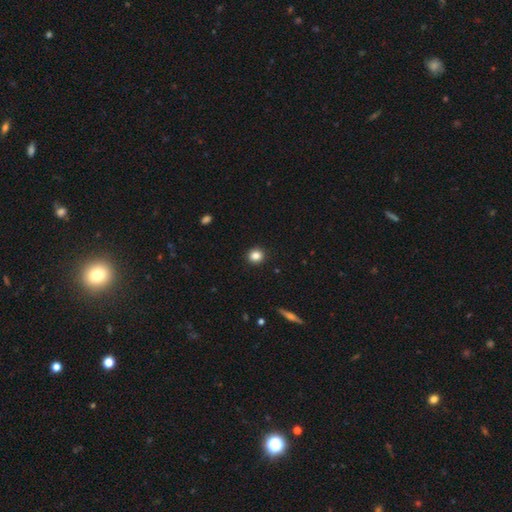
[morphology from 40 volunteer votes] Q: Smooth or featured?
A: smooth (72%); runner-up: featured or disk (18%)
Q: How rounded?
A: round (97%); runner-up: in between (3%)
Q: Merging?
A: none (92%); runner-up: minor disturbance (8%)